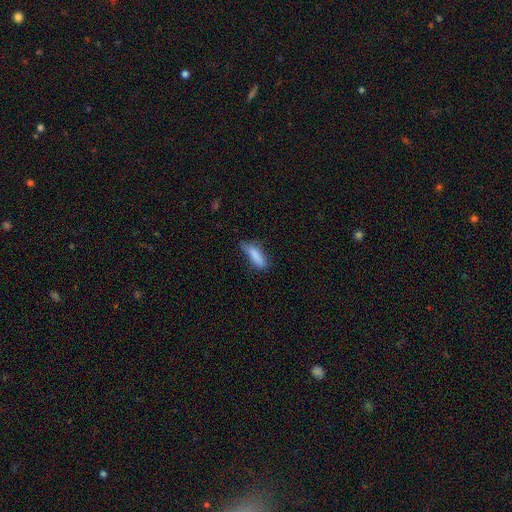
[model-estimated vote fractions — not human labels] Smooth or featured? Predicted: smooth (p=0.84). How rounded? Predicted: cigar-shaped (p=0.54). Merging? Predicted: none (p=0.56).